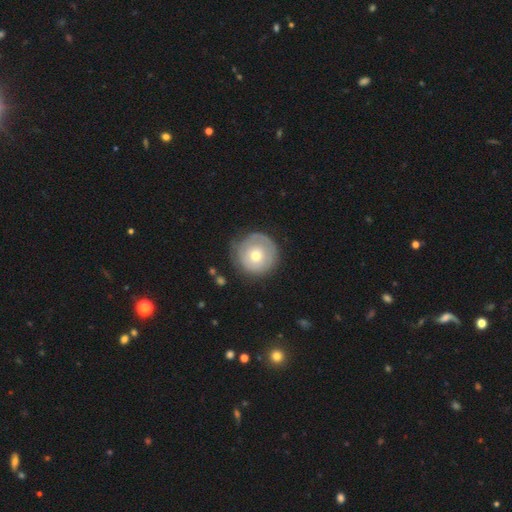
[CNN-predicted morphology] Smooth or featured: featured or disk — 47% (tied with smooth — 47%)
Merging: none — 73% (minor disturbance — 19%)